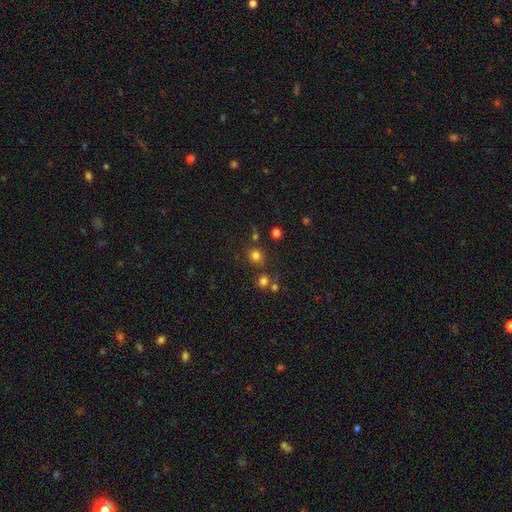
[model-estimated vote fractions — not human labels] A smooth galaxy with no disk features (76%) that is round (86%).

Vote fractions:
- Smooth or featured? smooth: 76% / star or artifact: 18% / featured or disk: 6%
- How rounded? round: 86% / in between: 13% / cigar-shaped: 1%
- Merging? none: 74% / merger: 12% / minor disturbance: 10% / major disturbance: 4%